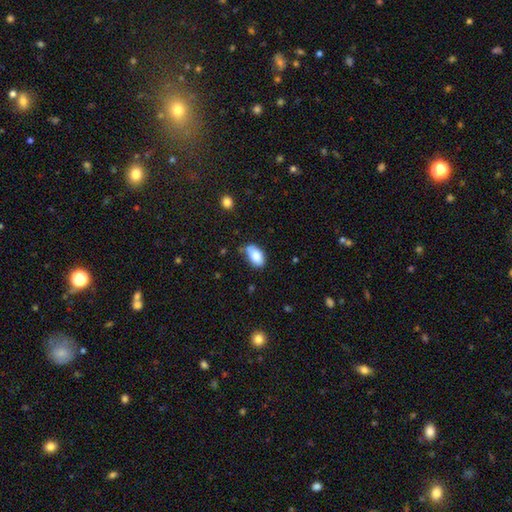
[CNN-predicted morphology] This is clearly a smooth galaxy (84%). How rounded: clearly in between (94%). Merging: likely none (64%).